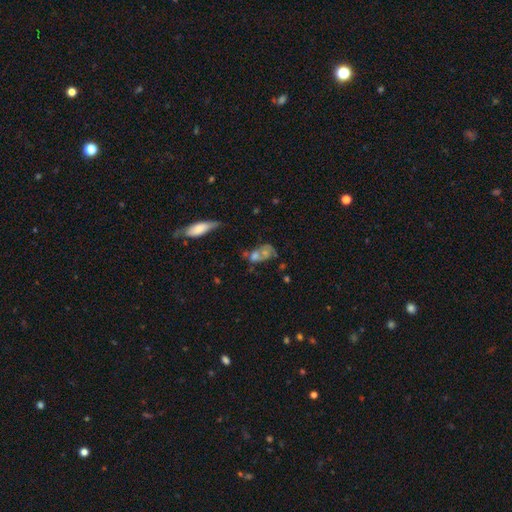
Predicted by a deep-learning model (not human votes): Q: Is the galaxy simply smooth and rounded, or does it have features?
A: smooth — 46%.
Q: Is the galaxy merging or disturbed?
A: merger — 41%.